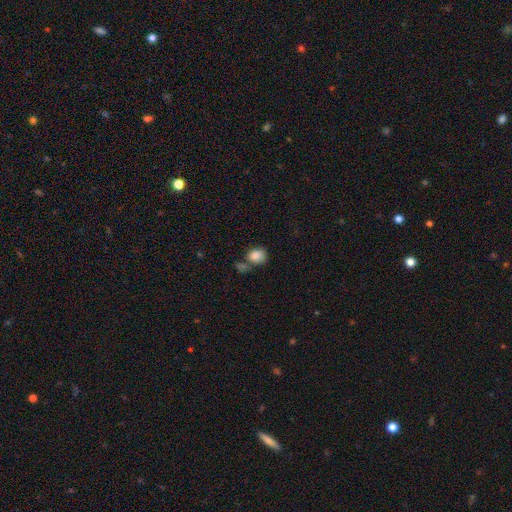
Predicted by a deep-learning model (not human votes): Smooth or featured: smooth — 85% (star or artifact — 9%)
How rounded: in between — 50% (round — 48%)
Merging: none — 49% (merger — 26%)